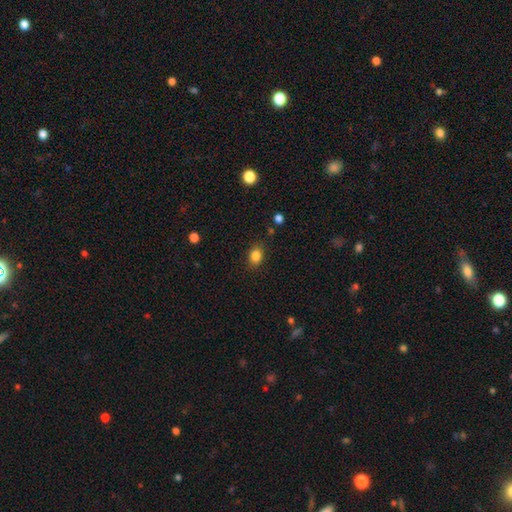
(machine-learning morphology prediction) smooth_or_featured: smooth (p=0.84) [alt: star or artifact p=0.11]
how_rounded: in between (p=0.61) [alt: round p=0.38]
merging: none (p=0.85) [alt: minor disturbance p=0.11]